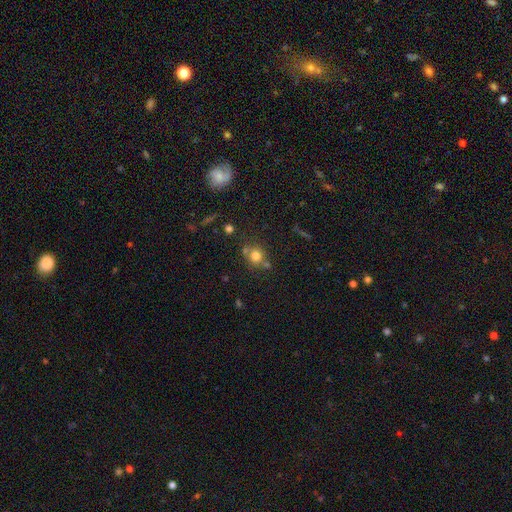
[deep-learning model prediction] Smooth or featured?
  - smooth: 74% *
  - star or artifact: 15%
  - featured or disk: 11%
How rounded?
  - round: 85% *
  - in between: 14%
  - cigar-shaped: 1%
Merging?
  - none: 66% *
  - merger: 19%
  - minor disturbance: 12%
  - major disturbance: 4%